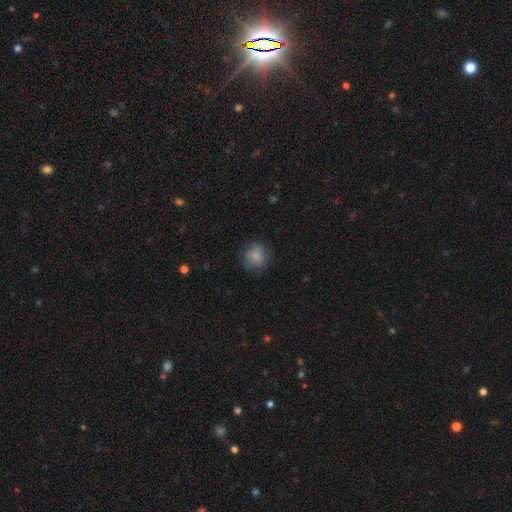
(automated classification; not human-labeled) Smooth or featured: smooth — 81% (featured or disk — 10%)
How rounded: round — 87% (in between — 12%)
Merging: none — 76% (minor disturbance — 17%)